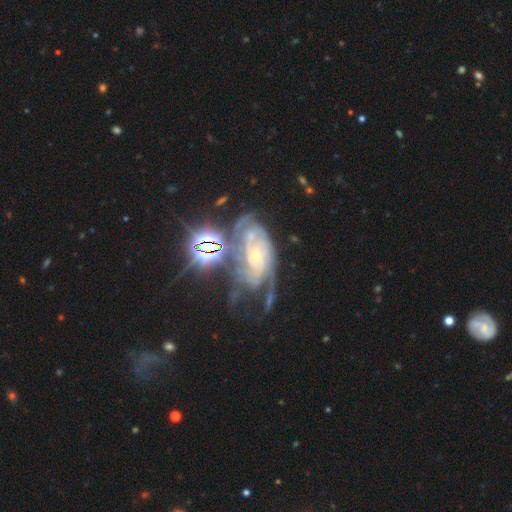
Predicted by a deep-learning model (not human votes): A featured or disk galaxy (78%) with no bar (72%), tight (61%) spiral arms (94%) and a small central bulge (80%).

Vote fractions:
- Smooth or featured? featured or disk: 78% / star or artifact: 15% / smooth: 7%
- Edge-on disk? no: 96% / yes: 4%
- Bar? no: 72% / weak: 20% / strong: 7%
- Spiral arms? yes: 94% / no: 6%
- Spiral winding? tight: 61% / medium: 30% / loose: 9%
- Spiral arm count? can't tell: 36% / 2: 18% / 3: 17% / 4: 13% / more than 4: 9% / 1: 7%
- Bulge size? small: 80% / moderate: 15% / none: 3% / large: 2% / dominant: 1%
- Merging? none: 39% / major disturbance: 28% / minor disturbance: 23% / merger: 10%